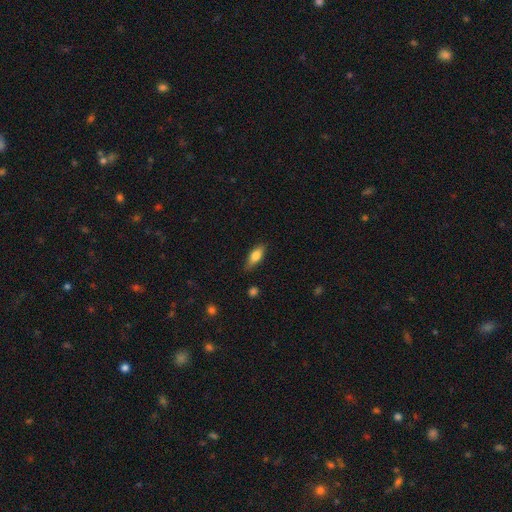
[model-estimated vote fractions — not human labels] Smooth or featured? Predicted: smooth (p=0.72). How rounded? Predicted: in between (p=0.72). Merging? Predicted: none (p=0.80).